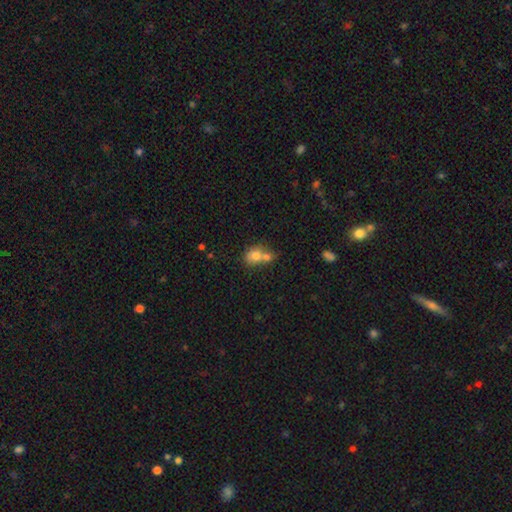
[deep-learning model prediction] A smooth galaxy with no disk features (75%) that is round (52%). Merging: merger (59%).